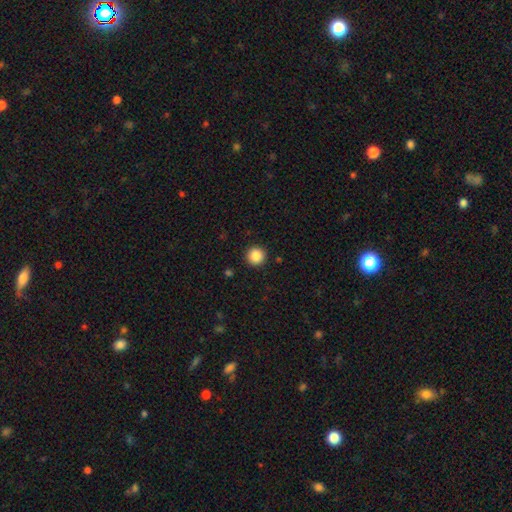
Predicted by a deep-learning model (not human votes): This appears to be a smooth galaxy with no disk features (87%) that is round (95%). Merging: none (92%).